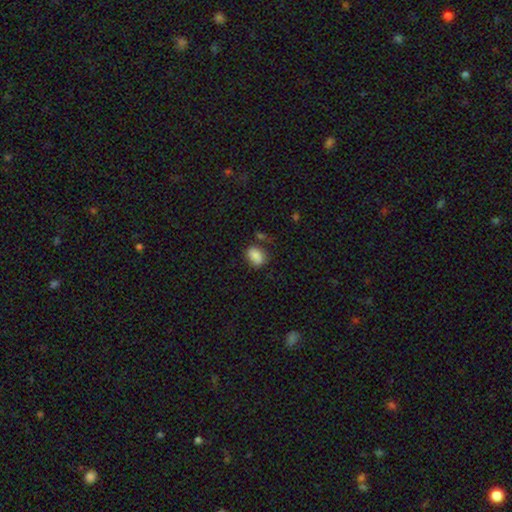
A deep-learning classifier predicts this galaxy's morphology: A smooth galaxy with no disk features (85%) that is in between round and cigar-shaped (73%). Merging: none (63%).